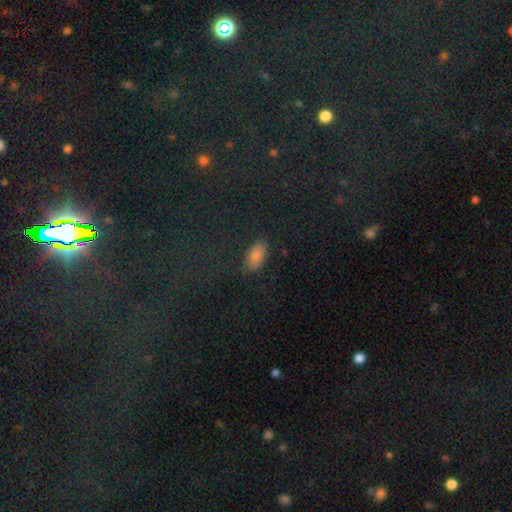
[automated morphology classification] smooth-or-featured: smooth: 75% | star or artifact: 15% | featured or disk: 10%
  how-rounded: in between: 91% | cigar-shaped: 5% | round: 4%
  merging: none: 81% | minor disturbance: 14% | major disturbance: 3% | merger: 2%